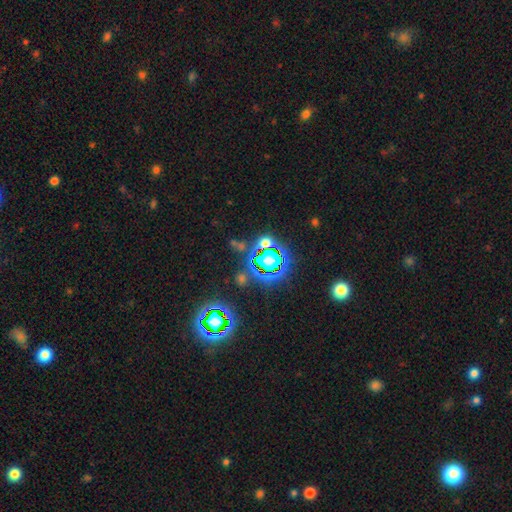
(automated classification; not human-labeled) smooth-or-featured: star or artifact: 81% | smooth: 12% | featured or disk: 7%